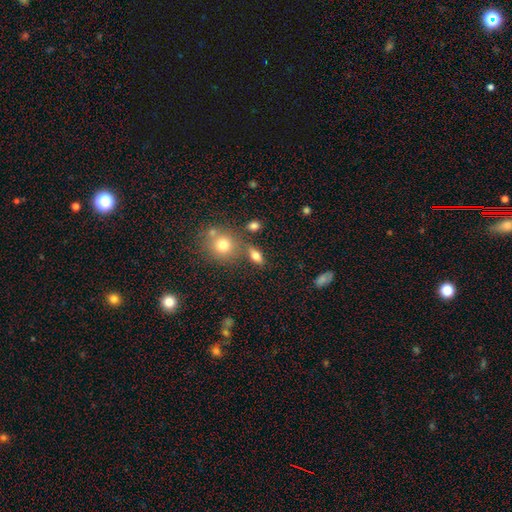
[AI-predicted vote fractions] This appears to be a smooth galaxy with no disk features (76%) that is in between round and cigar-shaped (76%). Merging: none (68%).